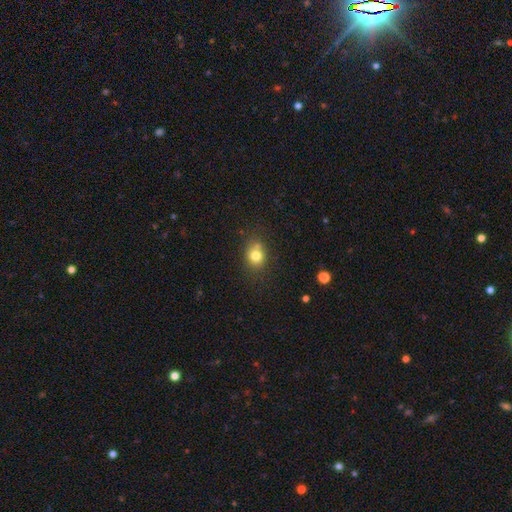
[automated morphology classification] Smooth or featured? smooth (77%)
How rounded? round (70%)
Merging? none (67%)